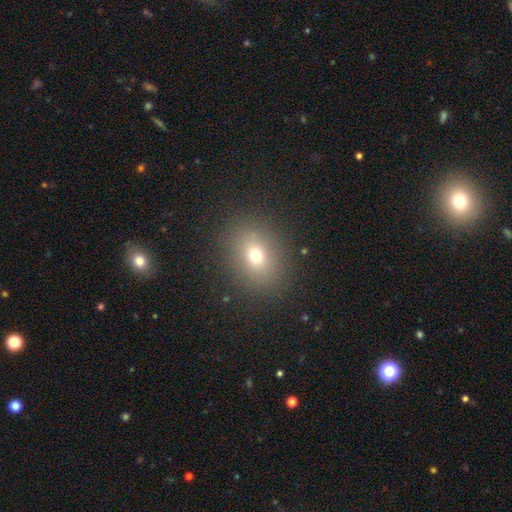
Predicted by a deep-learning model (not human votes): The model was most divided on "how rounded": in between: 53%, round: 46%, cigar-shaped: 1%. More confident: merging — none (86%); smooth or featured — smooth (71%).